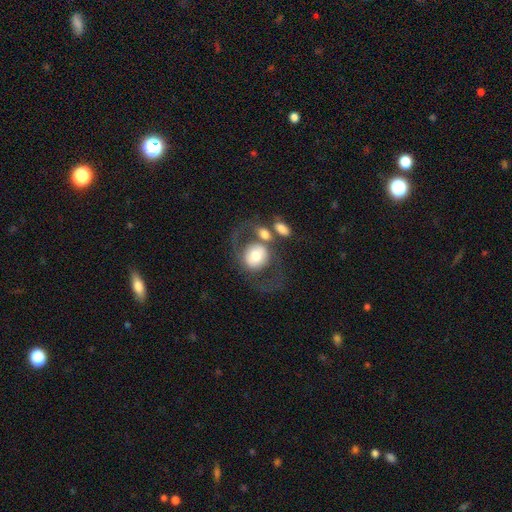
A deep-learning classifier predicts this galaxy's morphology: Smooth or featured?
  - smooth: 51% *
  - featured or disk: 41%
  - star or artifact: 8%
How rounded?
  - round: 70% *
  - in between: 29%
  - cigar-shaped: 1%
Merging?
  - none: 41% *
  - merger: 26%
  - major disturbance: 20%
  - minor disturbance: 14%